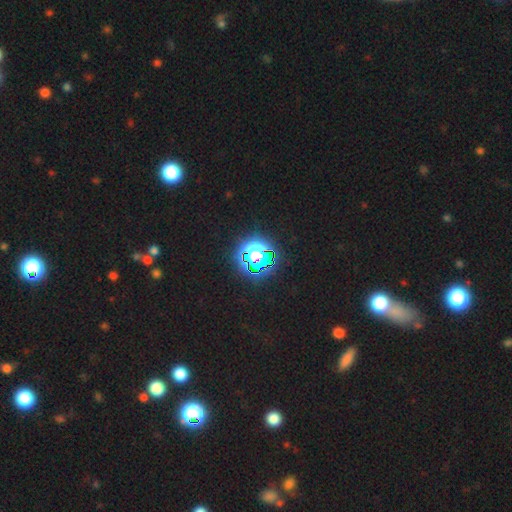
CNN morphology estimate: A star or artifact, not a galaxy (69%).

Vote fractions:
- Smooth or featured? star or artifact: 69% / smooth: 20% / featured or disk: 11%